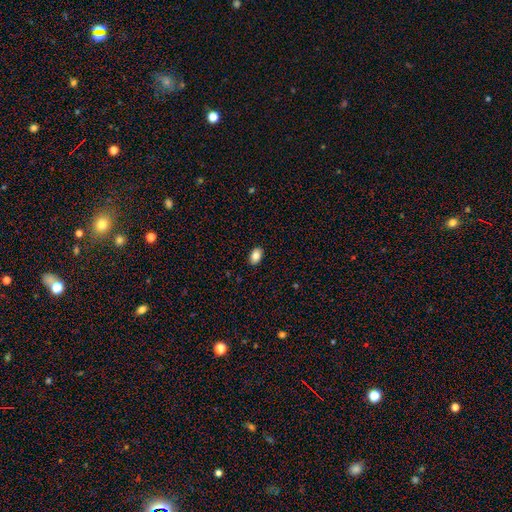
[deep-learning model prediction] Overall: smooth (85%). How rounded: in between (86%). Merging: none (89%).